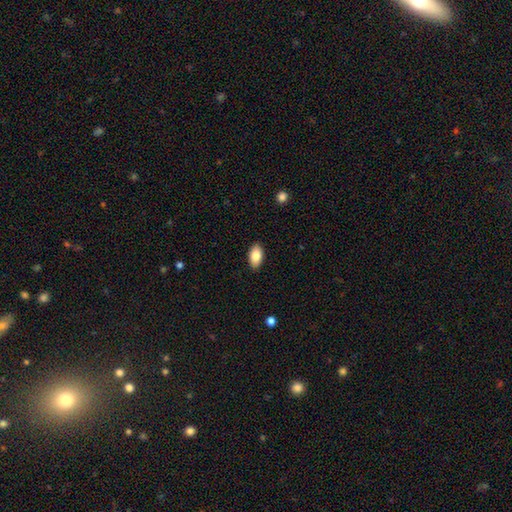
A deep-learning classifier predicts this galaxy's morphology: This appears to be a smooth galaxy with no disk features (84%) that is in between round and cigar-shaped (94%). Merging: none (89%).